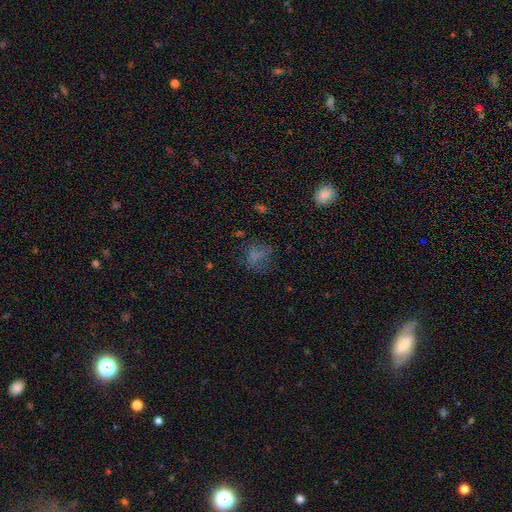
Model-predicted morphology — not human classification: type=smooth (61%); roundness=round (54%); merging=none (50%).